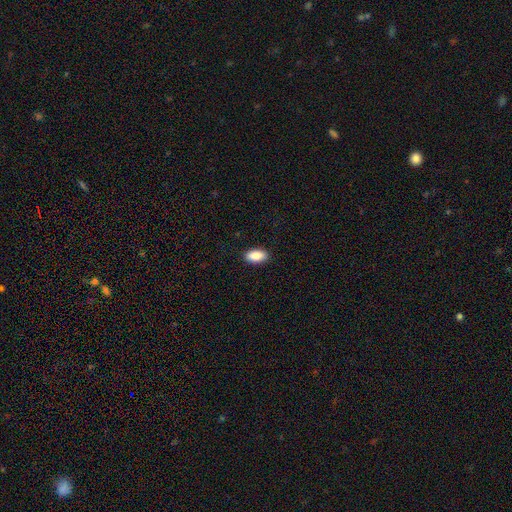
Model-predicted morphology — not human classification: A smooth galaxy with no disk features (89%) that is in between round and cigar-shaped (93%). Merging: none (90%).